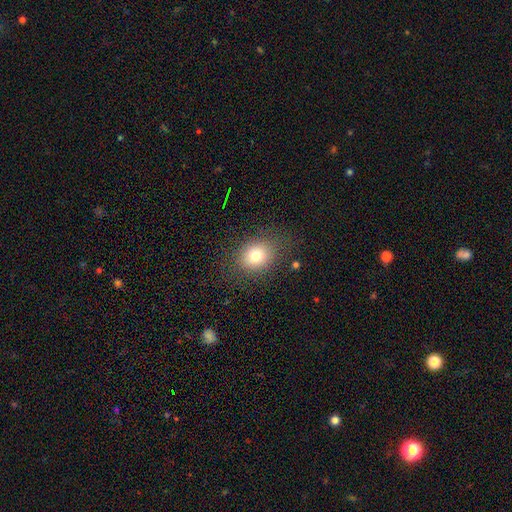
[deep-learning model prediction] This appears to be a smooth galaxy with no disk features (75%) that is round (54%). Merging: none (81%).